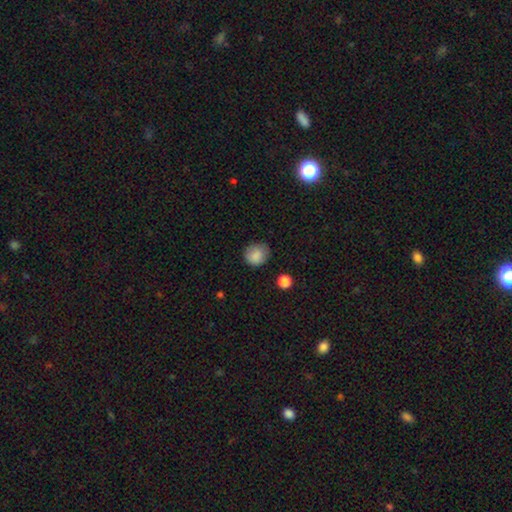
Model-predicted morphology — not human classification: smooth 85%, star or artifact 9%, featured or disk 6%. Down the decision tree: how rounded — round (78%); merging — none (74%).